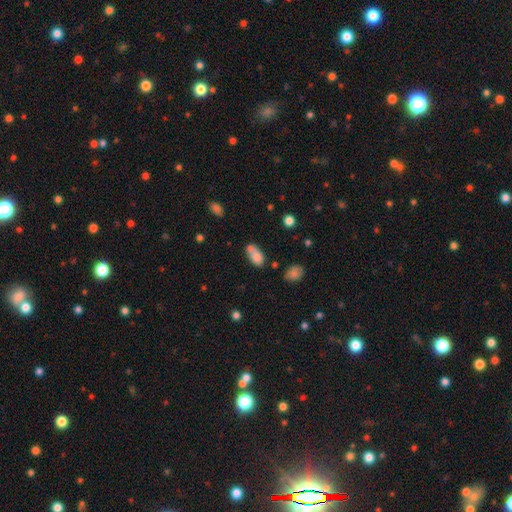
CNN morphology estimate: Smooth or featured: smooth — 79% (featured or disk — 12%)
How rounded: in between — 89% (round — 6%)
Merging: none — 41% (merger — 32%)